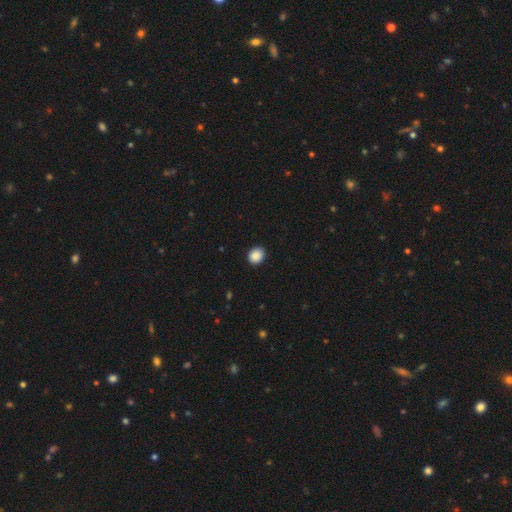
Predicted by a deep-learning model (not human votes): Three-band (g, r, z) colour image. It shows a smooth galaxy with no disk features (89%) that is round (69%). Merging: none (91%).